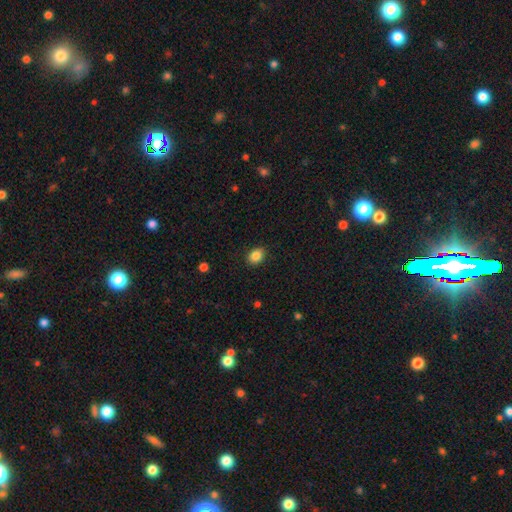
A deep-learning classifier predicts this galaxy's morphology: smooth 86%, star or artifact 9%, featured or disk 5%. Down the decision tree: how rounded — in between (63%); merging — none (86%).